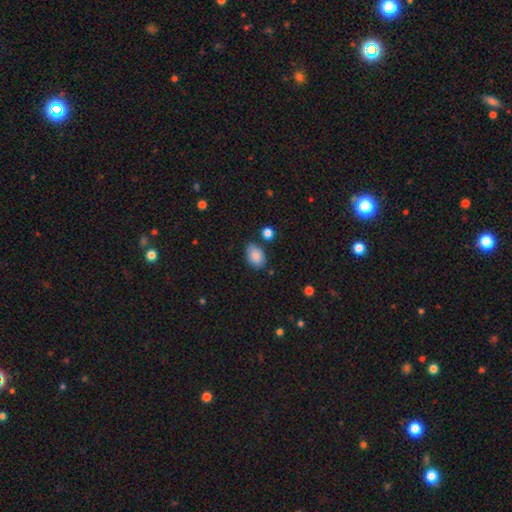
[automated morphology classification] A smooth galaxy with no disk features (84%) that is in between round and cigar-shaped (83%).

Vote fractions:
- Smooth or featured? smooth: 84% / featured or disk: 8% / star or artifact: 8%
- How rounded? in between: 83% / round: 15% / cigar-shaped: 1%
- Merging? none: 74% / minor disturbance: 18% / merger: 5% / major disturbance: 3%